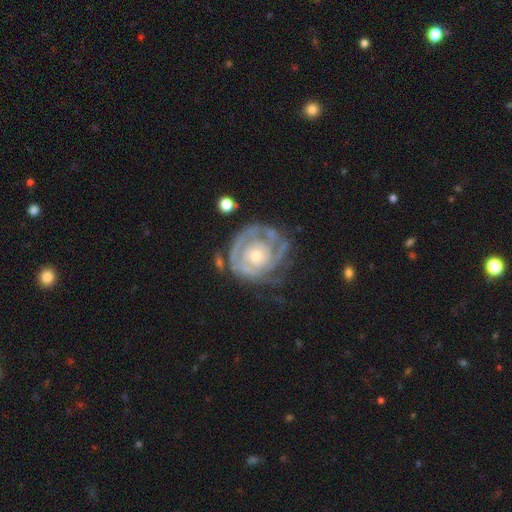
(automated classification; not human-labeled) A featured or disk galaxy (83%) with no bar (82%), tight (76%) spiral arms (86%) and a moderate central bulge (49%). Merging: none (62%).